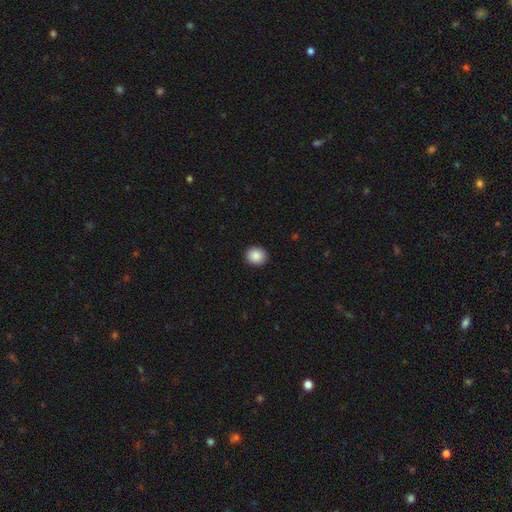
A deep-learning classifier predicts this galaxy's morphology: The model was most divided on "how rounded": round: 75%, in between: 24%, cigar-shaped: 1%. More confident: merging — none (92%); smooth or featured — smooth (89%).